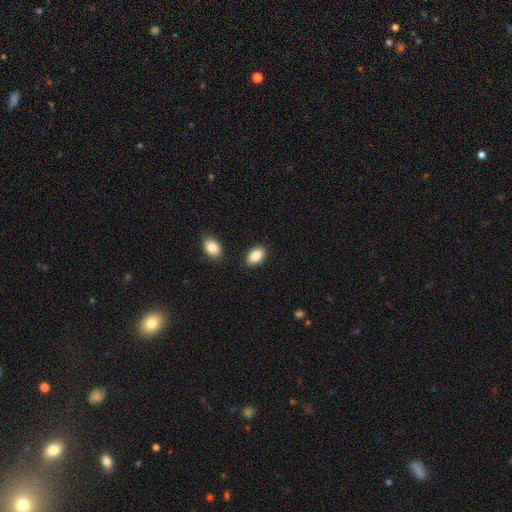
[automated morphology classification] A smooth galaxy with no disk features (87%) that is in between round and cigar-shaped (92%).

Vote fractions:
- Smooth or featured? smooth: 87% / star or artifact: 7% / featured or disk: 6%
- How rounded? in between: 92% / round: 6% / cigar-shaped: 2%
- Merging? none: 86% / minor disturbance: 9% / merger: 3% / major disturbance: 2%